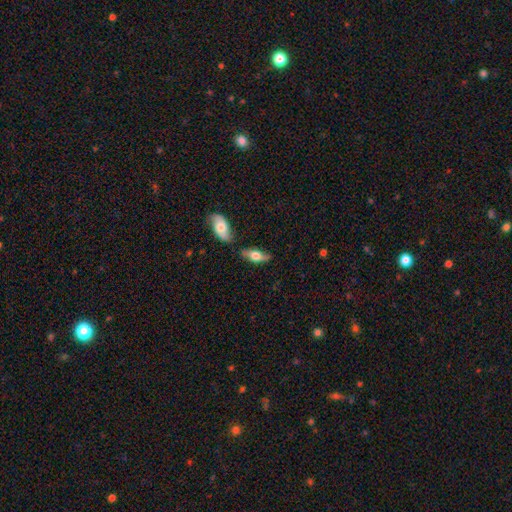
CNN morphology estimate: Q: Smooth or featured?
A: smooth (54%); runner-up: featured or disk (40%)
Q: How rounded?
A: in between (70%); runner-up: cigar-shaped (26%)
Q: Merging?
A: none (66%); runner-up: minor disturbance (19%)